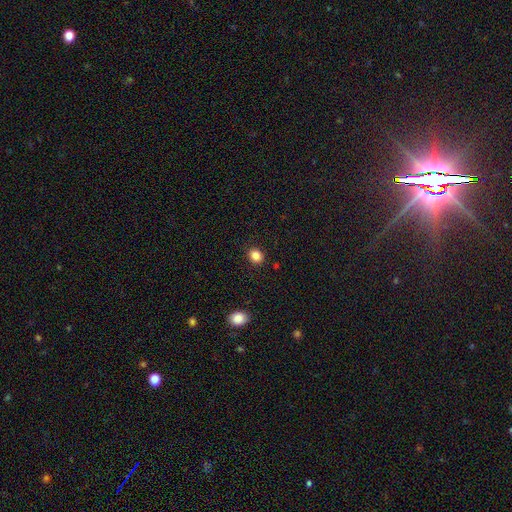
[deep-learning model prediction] Smooth or featured: smooth — 85% (star or artifact — 11%)
How rounded: round — 59% (in between — 40%)
Merging: none — 89% (minor disturbance — 7%)